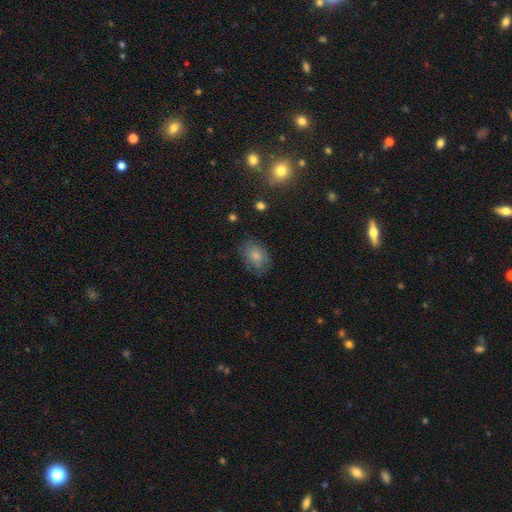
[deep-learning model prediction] The model was most divided on "merging": none: 71%, minor disturbance: 20%, major disturbance: 7%, merger: 2%. More confident: how rounded — in between (77%); smooth or featured — smooth (76%).